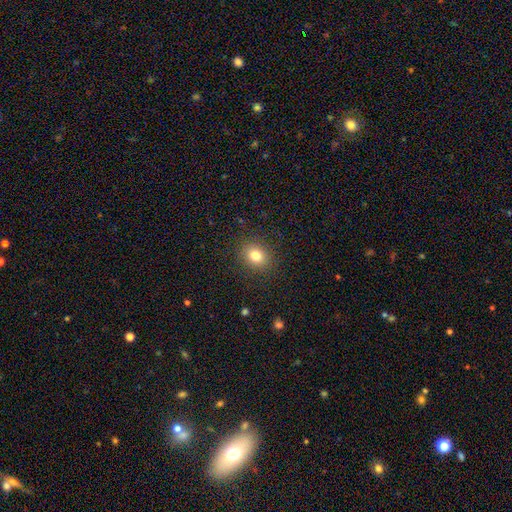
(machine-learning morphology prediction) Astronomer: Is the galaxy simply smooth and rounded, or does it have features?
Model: smooth — 79%.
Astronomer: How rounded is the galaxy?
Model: round — 61% (runner-up: in between, 38%).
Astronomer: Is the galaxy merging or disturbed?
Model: none — 88%.